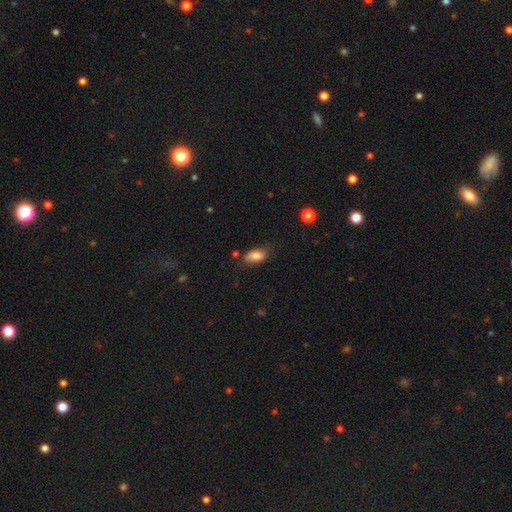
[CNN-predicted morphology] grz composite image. It shows a smooth galaxy with no disk features (82%) that is in between round and cigar-shaped (89%). Merging: none (66%).